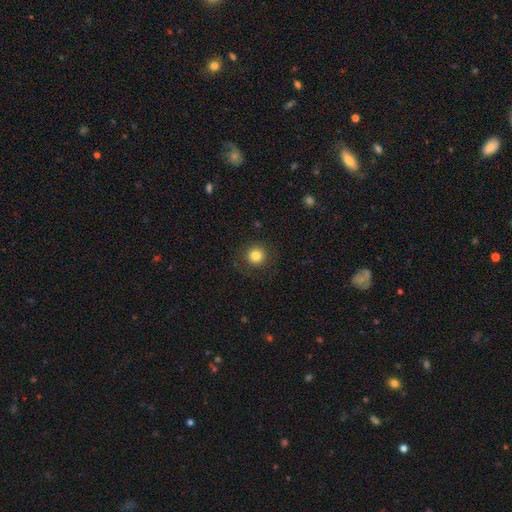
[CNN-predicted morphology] This appears to be a smooth galaxy with no disk features (83%) that is round (95%). Merging: none (90%).